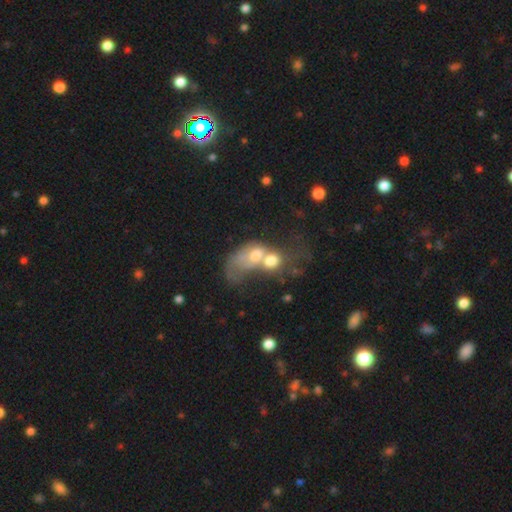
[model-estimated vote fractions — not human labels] Q: Smooth or featured?
A: smooth (54%); runner-up: featured or disk (34%)
Q: How rounded?
A: in between (65%); runner-up: round (32%)
Q: Merging?
A: merger (74%); runner-up: major disturbance (14%)